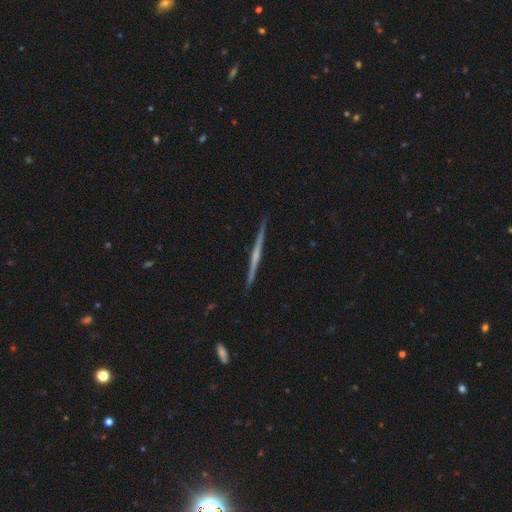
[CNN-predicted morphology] featured or disk 73%, smooth 22%, star or artifact 6%. Down the decision tree: edge-on disk — yes (98%); edge-on bulge — none (56%); merging — none (92%).